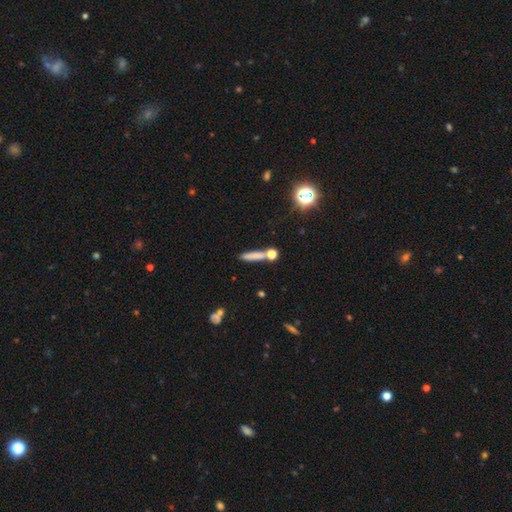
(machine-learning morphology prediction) A smooth galaxy with no disk features (72%) that is cigar-shaped (81%). Merging: none (70%).